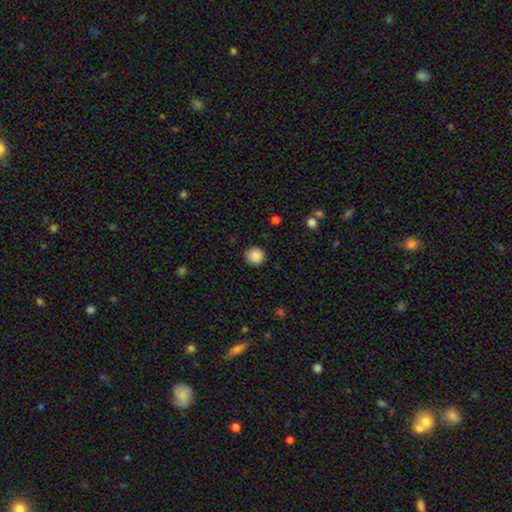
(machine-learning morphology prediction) This appears to be a smooth galaxy with no disk features (88%) that is round (94%). Merging: none (90%).